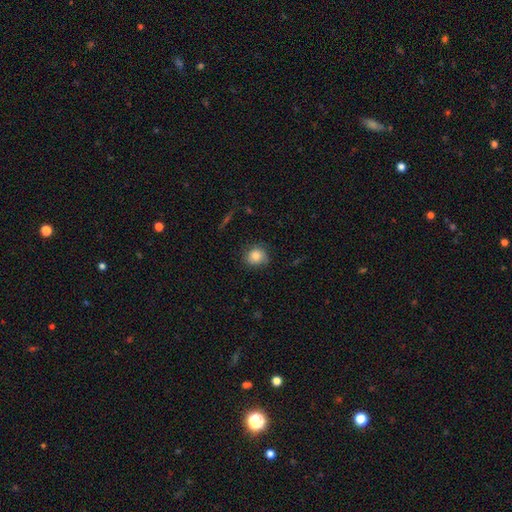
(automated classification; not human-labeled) This appears to be a smooth galaxy with no disk features (79%) that is round (78%). Merging: none (72%).